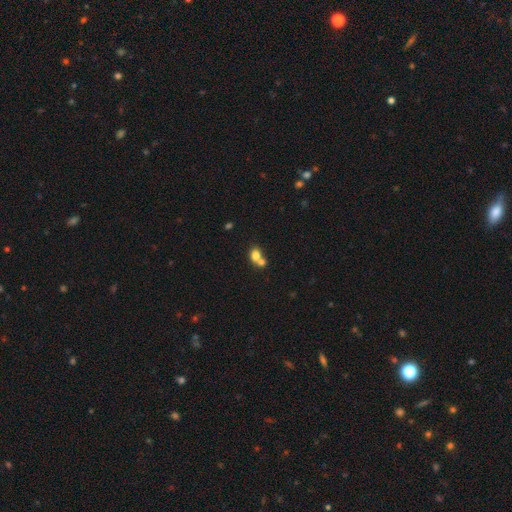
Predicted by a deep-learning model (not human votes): A smooth galaxy with no disk features (76%) that is round (51%).

Vote fractions:
- Smooth or featured? smooth: 76% / featured or disk: 14% / star or artifact: 10%
- How rounded? round: 51% / in between: 48% / cigar-shaped: 1%
- Merging? merger: 62% / none: 28% / minor disturbance: 7% / major disturbance: 3%